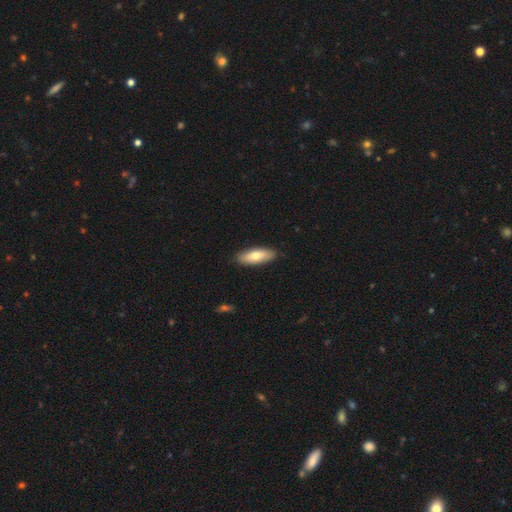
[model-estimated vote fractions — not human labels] Smooth or featured: smooth — 72% (featured or disk — 22%)
How rounded: in between — 65% (cigar-shaped — 33%)
Merging: none — 88% (minor disturbance — 9%)